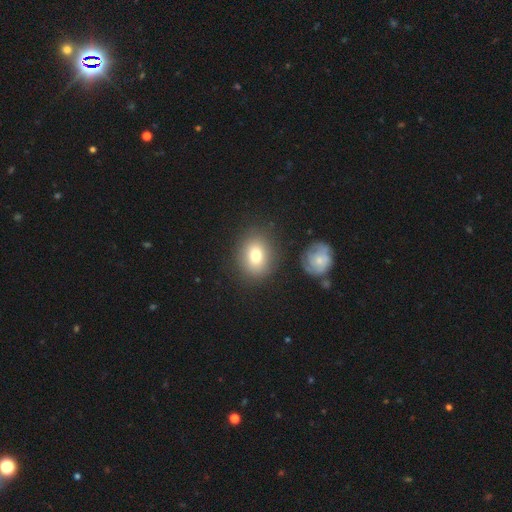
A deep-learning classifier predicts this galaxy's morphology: This is likely a smooth galaxy (77%). How rounded: possibly round (52%). Merging: clearly none (81%).